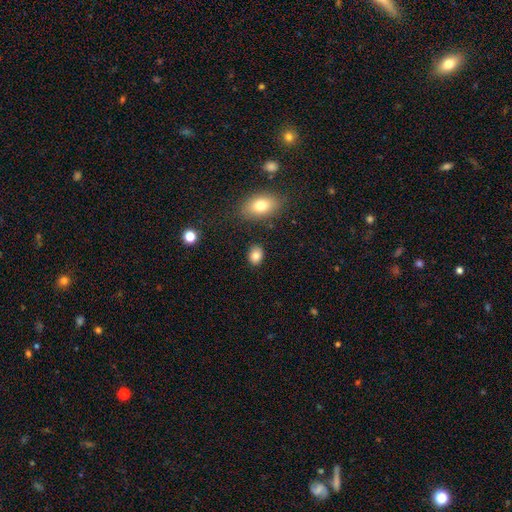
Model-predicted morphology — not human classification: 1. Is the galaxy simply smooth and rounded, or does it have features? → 83% smooth, 9% star or artifact, 7% featured or disk.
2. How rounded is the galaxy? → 70% in between, 29% round, 1% cigar-shaped.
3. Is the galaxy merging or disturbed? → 86% none, 9% minor disturbance, 3% major disturbance, 3% merger.